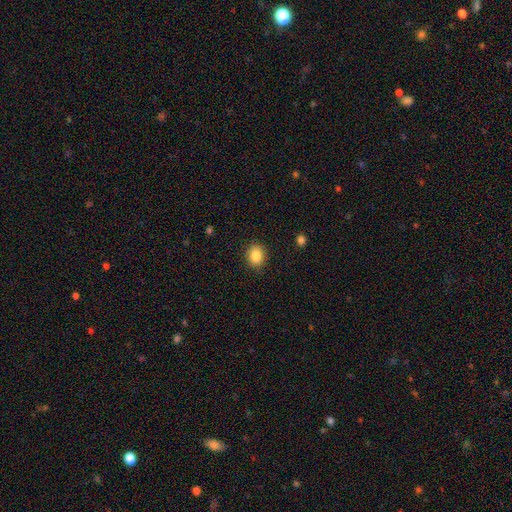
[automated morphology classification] A smooth galaxy with no disk features (86%) that is round (56%).

Vote fractions:
- Smooth or featured? smooth: 86% / star or artifact: 9% / featured or disk: 5%
- How rounded? round: 56% / in between: 43% / cigar-shaped: 1%
- Merging? none: 86% / minor disturbance: 11% / major disturbance: 2% / merger: 1%